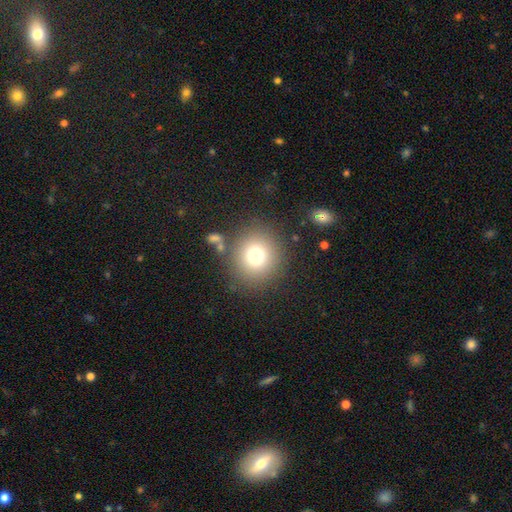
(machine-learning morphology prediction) Q: Smooth or featured?
A: smooth (75%); runner-up: star or artifact (14%)
Q: How rounded?
A: round (90%); runner-up: in between (9%)
Q: Merging?
A: none (84%); runner-up: minor disturbance (8%)